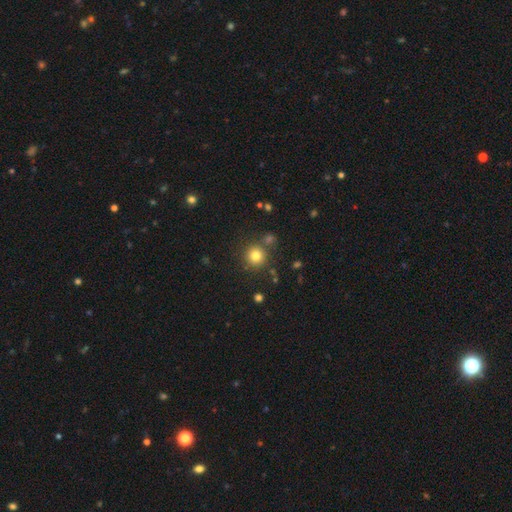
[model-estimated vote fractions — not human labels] smooth-or-featured: smooth: 79% | star or artifact: 14% | featured or disk: 7%
  how-rounded: round: 93% | in between: 6% | cigar-shaped: 1%
  merging: none: 80% | merger: 9% | minor disturbance: 8% | major disturbance: 3%